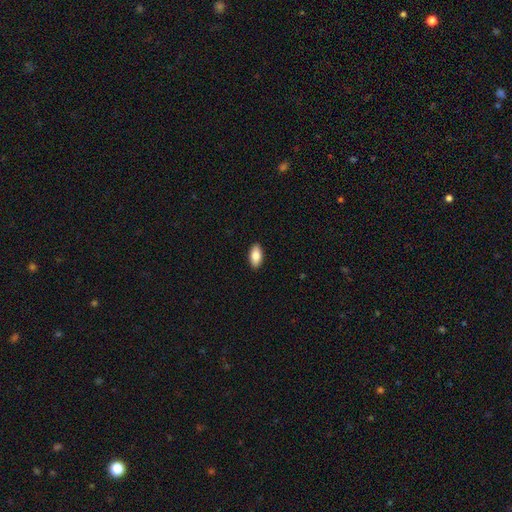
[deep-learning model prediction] This is clearly a smooth galaxy (85%). How rounded: clearly in between (92%). Merging: clearly none (91%).